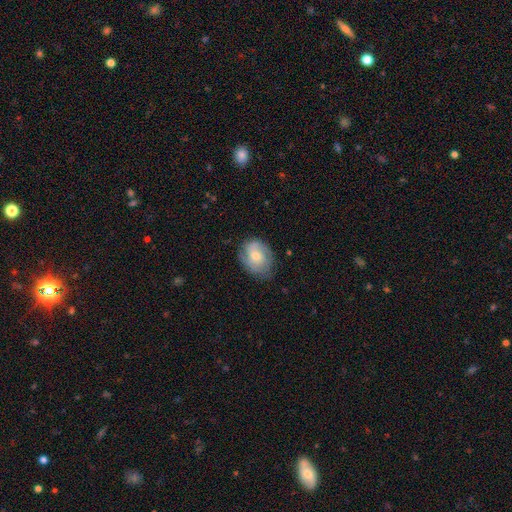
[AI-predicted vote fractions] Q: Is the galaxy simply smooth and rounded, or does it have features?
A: featured or disk — 58%.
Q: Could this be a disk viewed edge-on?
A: no — 97%.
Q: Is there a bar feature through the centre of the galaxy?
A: no — 69%.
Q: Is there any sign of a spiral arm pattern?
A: yes — 87%.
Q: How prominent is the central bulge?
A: moderate — 51%.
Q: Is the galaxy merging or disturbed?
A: none — 69%.